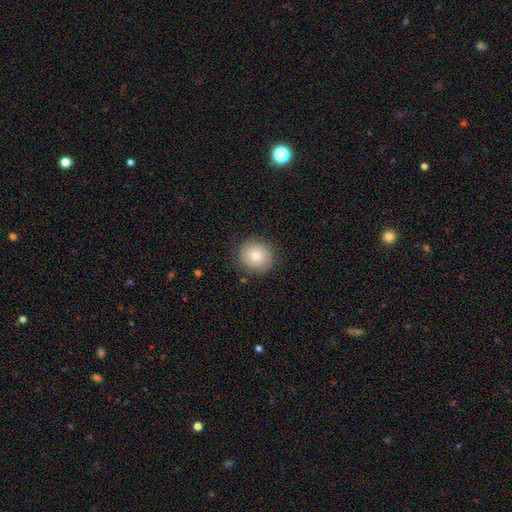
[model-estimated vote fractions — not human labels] A smooth galaxy with no disk features (66%) that is round (91%). Merging: none (85%).